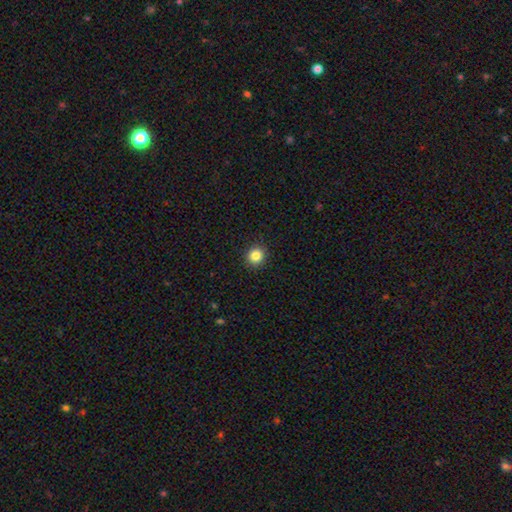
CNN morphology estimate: Smooth or featured? Predicted: smooth (p=0.84). How rounded? Predicted: round (p=0.91). Merging? Predicted: none (p=0.92).